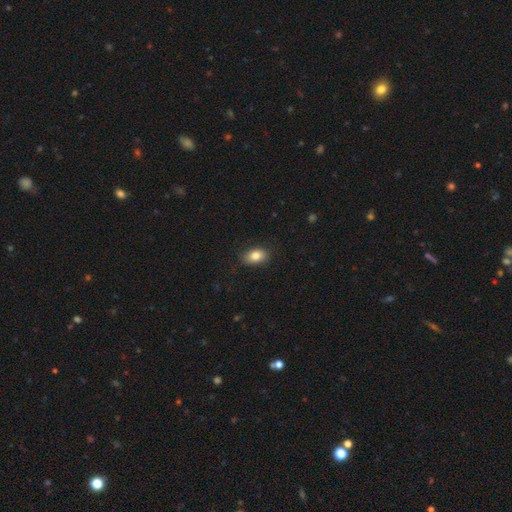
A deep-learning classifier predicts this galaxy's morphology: This appears to be a smooth galaxy with no disk features (83%) that is in between round and cigar-shaped (85%). Merging: none (85%).